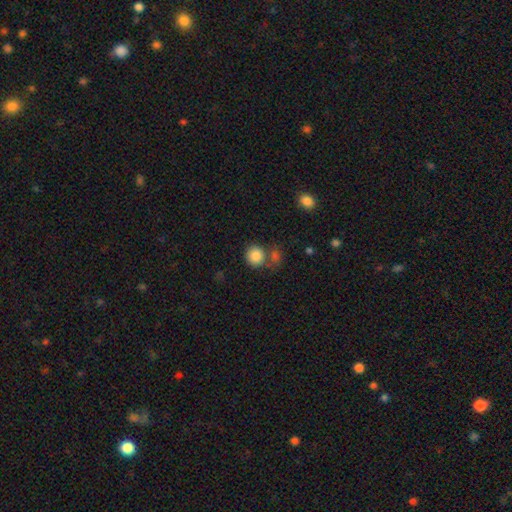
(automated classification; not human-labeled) Q: Smooth or featured?
A: smooth (85%); runner-up: star or artifact (9%)
Q: How rounded?
A: round (88%); runner-up: in between (11%)
Q: Merging?
A: none (60%); runner-up: merger (24%)